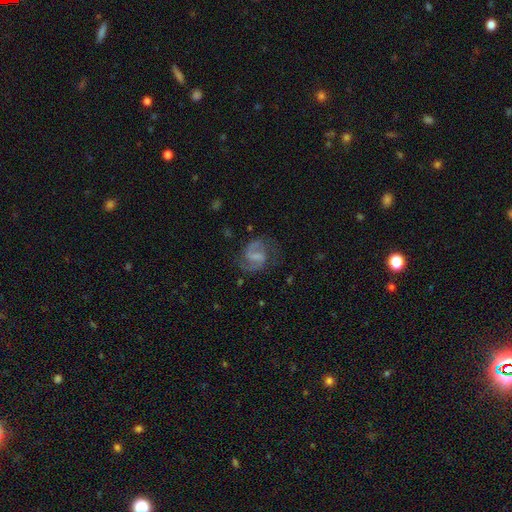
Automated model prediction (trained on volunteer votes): Smooth or featured?
  - featured or disk: 84% *
  - smooth: 10%
  - star or artifact: 6%
Edge-on disk?
  - no: 98% *
  - yes: 2%
Bar?
  - weak: 50% *
  - strong: 31%
  - no: 19%
Spiral arms?
  - yes: 96% *
  - no: 4%
Spiral winding?
  - medium: 59% *
  - loose: 23%
  - tight: 19%
Spiral arm count?
  - 2: 92% *
  - can't tell: 3%
  - 1: 2%
  - 3: 1%
  - 4: 1%
  - more than 4: 1%
Bulge size?
  - none: 50% *
  - small: 27%
  - moderate: 18%
  - large: 4%
  - dominant: 1%
Merging?
  - none: 73% *
  - minor disturbance: 16%
  - major disturbance: 9%
  - merger: 2%